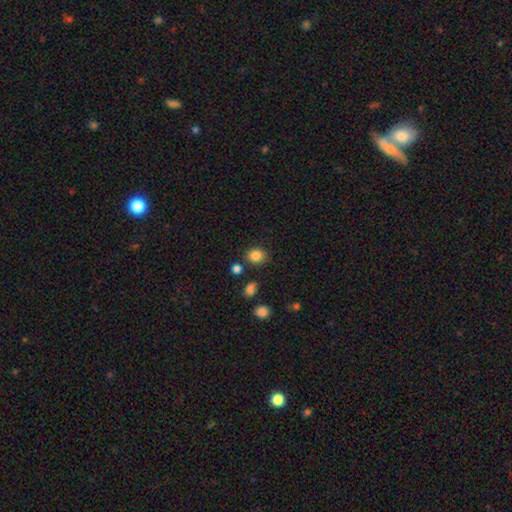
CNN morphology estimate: A smooth galaxy with no disk features (84%) that is round (60%).

Vote fractions:
- Smooth or featured? smooth: 84% / star or artifact: 11% / featured or disk: 5%
- How rounded? round: 60% / in between: 39% / cigar-shaped: 1%
- Merging? none: 81% / minor disturbance: 11% / merger: 5% / major disturbance: 3%